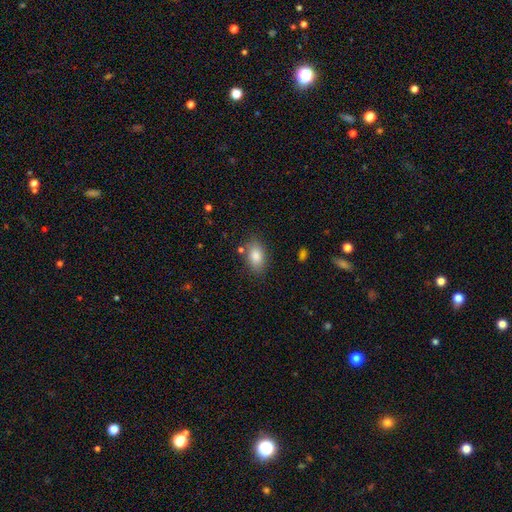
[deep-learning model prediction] Smooth or featured: smooth — 84% (featured or disk — 9%)
How rounded: in between — 89% (round — 8%)
Merging: none — 80% (minor disturbance — 13%)